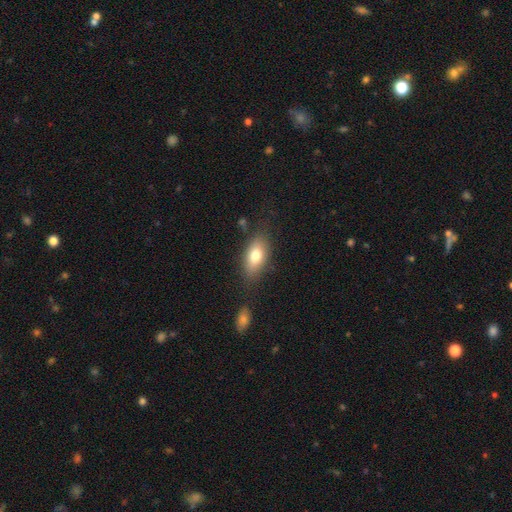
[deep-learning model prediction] A smooth galaxy with no disk features (76%) that is in between round and cigar-shaped (86%).

Vote fractions:
- Smooth or featured? smooth: 76% / featured or disk: 16% / star or artifact: 8%
- How rounded? in between: 86% / cigar-shaped: 7% / round: 7%
- Merging? none: 74% / minor disturbance: 16% / major disturbance: 5% / merger: 4%